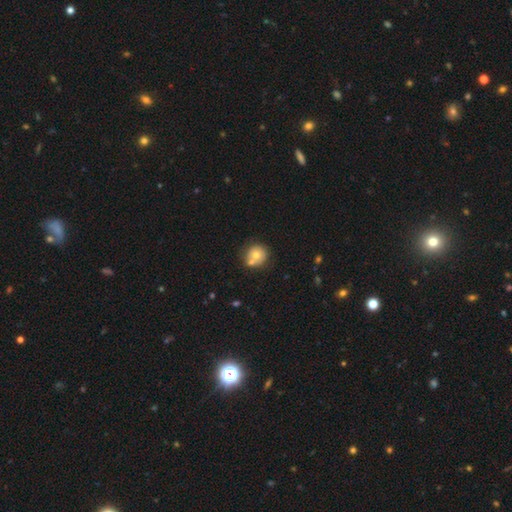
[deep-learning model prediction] Smooth or featured: smooth — 71% (featured or disk — 19%)
How rounded: round — 87% (in between — 13%)
Merging: none — 53% (merger — 31%)